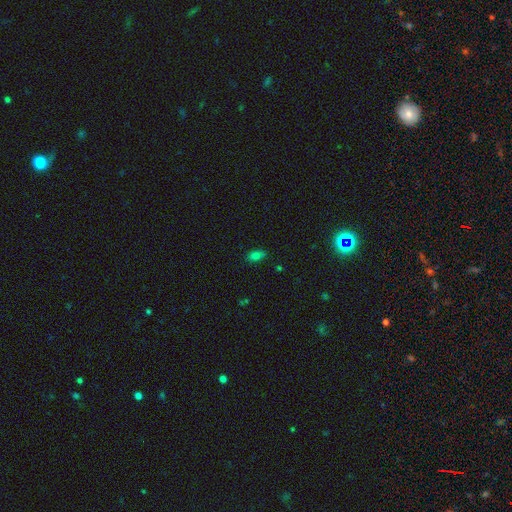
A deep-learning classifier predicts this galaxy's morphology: Smooth or featured?
  - smooth: 75% *
  - star or artifact: 17%
  - featured or disk: 8%
How rounded?
  - in between: 88% *
  - round: 7%
  - cigar-shaped: 5%
Merging?
  - none: 81% *
  - minor disturbance: 14%
  - major disturbance: 3%
  - merger: 2%